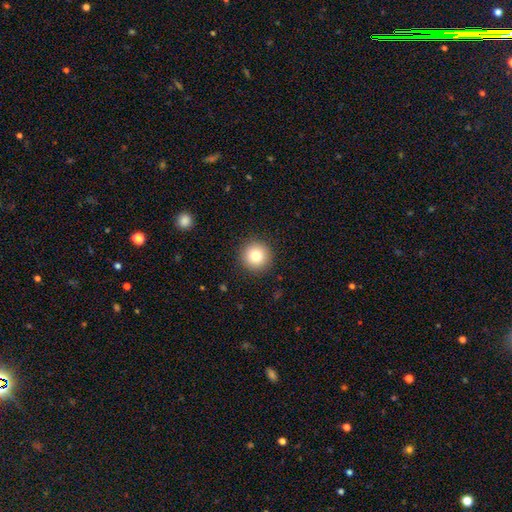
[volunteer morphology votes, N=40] This appears to be a smooth galaxy with no disk features (85%) that is round (100%). Merging: none (97%).